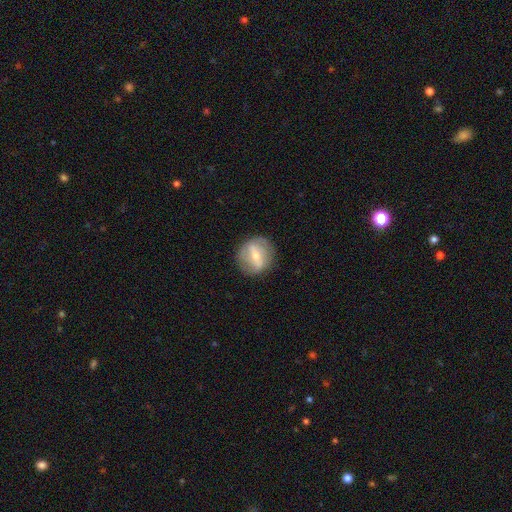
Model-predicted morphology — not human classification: smooth-or-featured: featured or disk: 64% | smooth: 29% | star or artifact: 7%
  disk-edge-on: no: 94% | yes: 6%
    bar: strong: 45% | weak: 38% | no: 16%
    has-spiral-arms: yes: 63% | no: 37%
    bulge-size: moderate: 52% | small: 43% | large: 3% | none: 1% | dominant: 1%
  merging: none: 81% | minor disturbance: 13% | major disturbance: 5% | merger: 1%